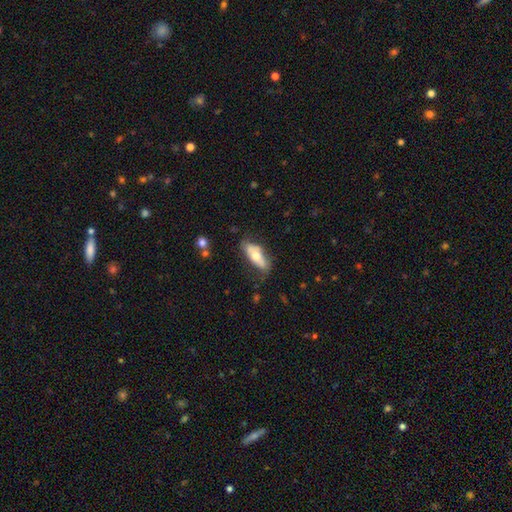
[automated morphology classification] type=smooth (56%); roundness=in between (72%); merging=none (65%).